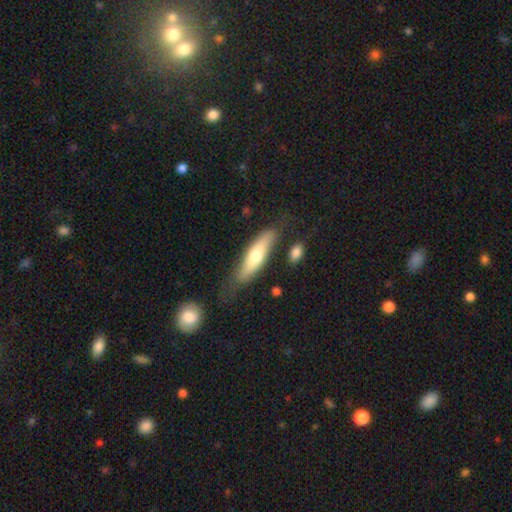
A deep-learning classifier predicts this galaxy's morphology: Q: Smooth or featured?
A: smooth (59%); runner-up: featured or disk (36%)
Q: How rounded?
A: cigar-shaped (61%); runner-up: in between (37%)
Q: Merging?
A: none (66%); runner-up: minor disturbance (21%)